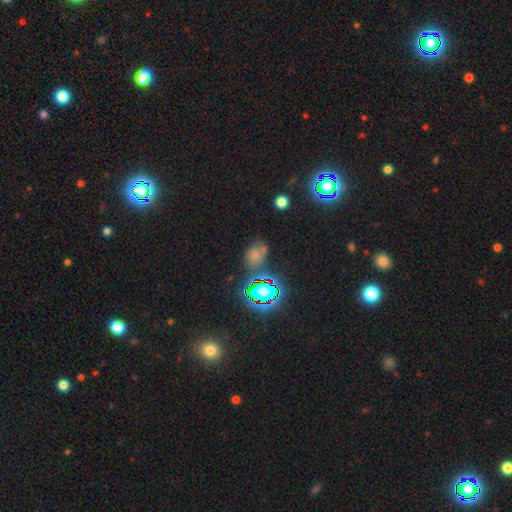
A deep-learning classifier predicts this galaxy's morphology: type=smooth (46%); merging=none (49%).